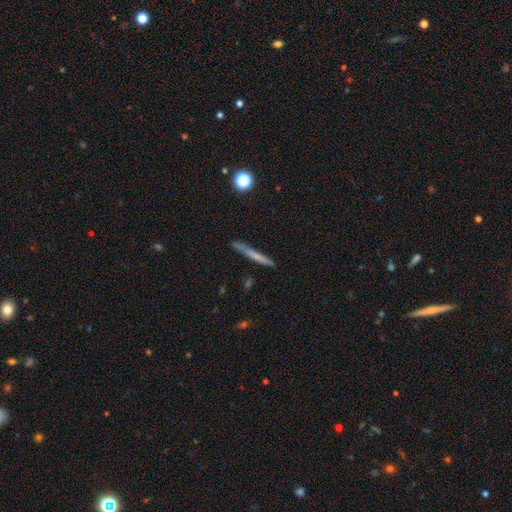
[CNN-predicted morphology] smooth-or-featured: smooth: 56% | featured or disk: 36% | star or artifact: 8%
  how-rounded: cigar-shaped: 95% | in between: 3% | round: 2%
  merging: none: 83% | minor disturbance: 12% | major disturbance: 3% | merger: 2%